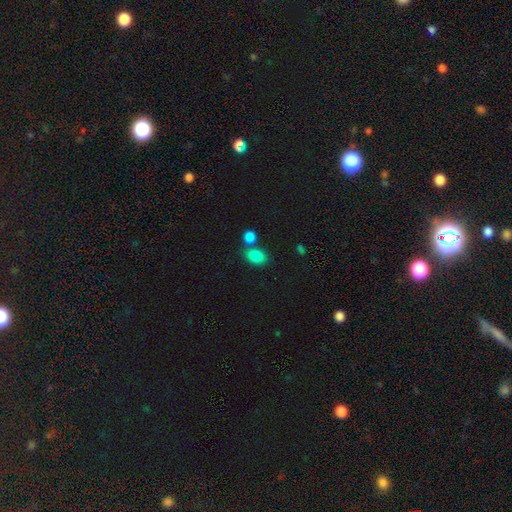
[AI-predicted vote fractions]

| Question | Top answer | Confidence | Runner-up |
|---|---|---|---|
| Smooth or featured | smooth | 85% | star or artifact (9%) |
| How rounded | in between | 74% | round (25%) |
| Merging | none | 53% | merger (32%) |